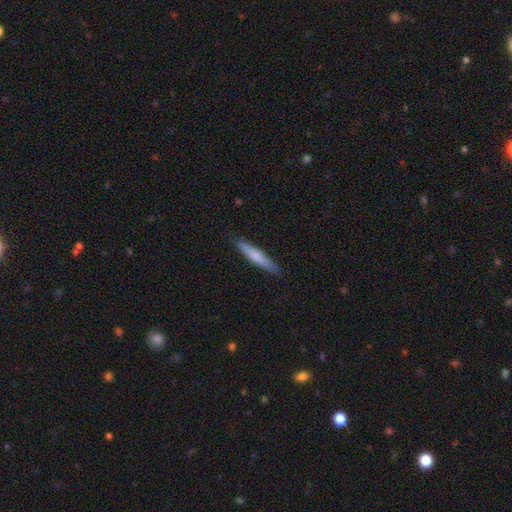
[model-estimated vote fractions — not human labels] Q: Smooth or featured?
A: smooth (69%); runner-up: featured or disk (26%)
Q: How rounded?
A: cigar-shaped (92%); runner-up: in between (7%)
Q: Merging?
A: none (89%); runner-up: minor disturbance (8%)